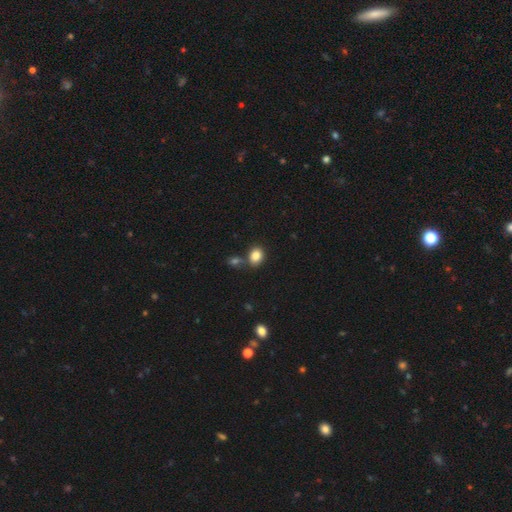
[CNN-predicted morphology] This is clearly a smooth galaxy (85%). How rounded: possibly in between (55%). Merging: likely none (66%).